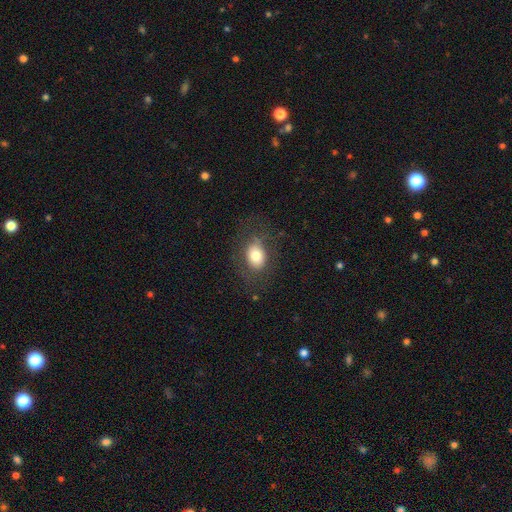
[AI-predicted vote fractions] Smooth or featured?
  - smooth: 74% *
  - featured or disk: 17%
  - star or artifact: 10%
How rounded?
  - in between: 71% *
  - round: 28%
  - cigar-shaped: 1%
Merging?
  - none: 73% *
  - minor disturbance: 16%
  - major disturbance: 10%
  - merger: 1%